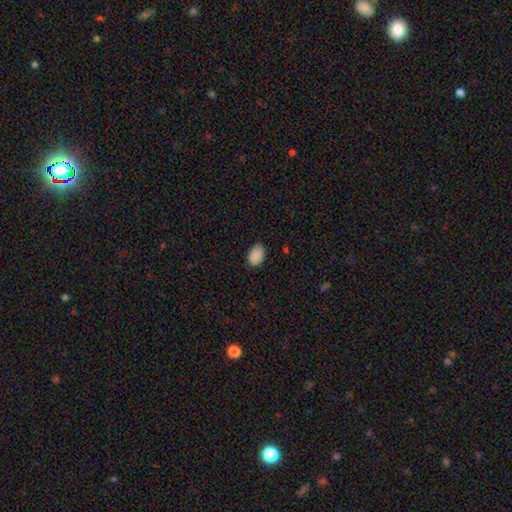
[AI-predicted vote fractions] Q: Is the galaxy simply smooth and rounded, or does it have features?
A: smooth — 89%.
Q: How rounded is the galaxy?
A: in between — 87%.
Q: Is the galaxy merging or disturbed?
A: none — 83%.